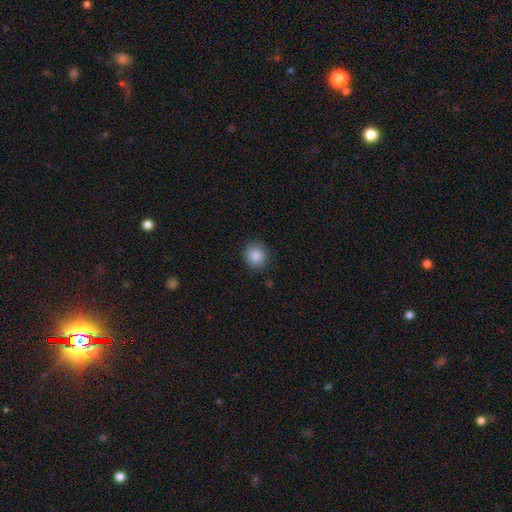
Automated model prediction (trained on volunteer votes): Morphology: type=smooth (87%); roundness=round (87%); merging=none (88%).